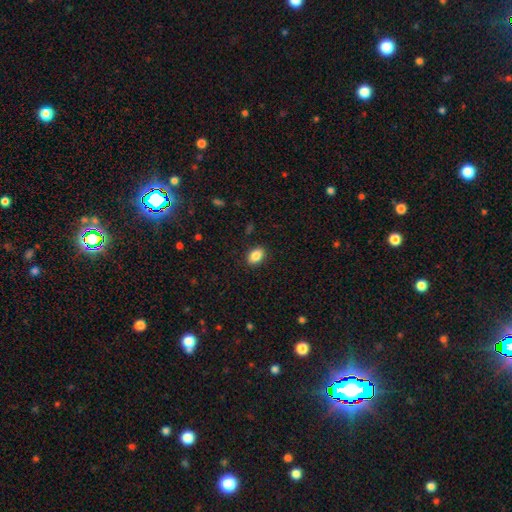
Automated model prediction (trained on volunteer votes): A smooth galaxy with no disk features (87%) that is in between round and cigar-shaped (82%). Merging: none (89%).